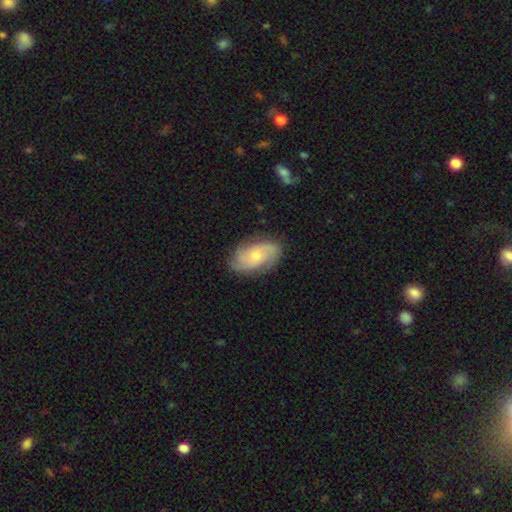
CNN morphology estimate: smooth_or_featured: featured or disk (p=0.60) [alt: smooth p=0.33]
disk_edge_on: no (p=0.95) [alt: yes p=0.05]
bar: no (p=0.73) [alt: weak p=0.23]
has_spiral_arms: yes (p=0.88) [alt: no p=0.12]
spiral_winding: medium (p=0.42) [alt: tight p=0.31]
spiral_arm_count: 2 (p=0.50) [alt: can't tell p=0.24]
bulge_size: small (p=0.51) [alt: moderate p=0.44]
merging: none (p=0.77) [alt: minor disturbance p=0.17]